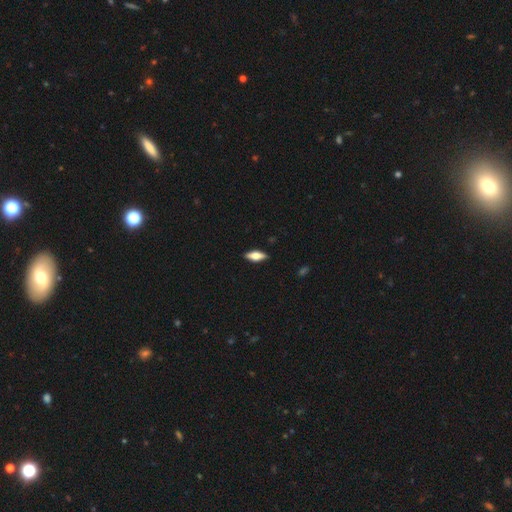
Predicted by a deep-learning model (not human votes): smooth_or_featured: smooth (p=0.55) [alt: featured or disk p=0.39]
how_rounded: in between (p=0.66) [alt: cigar-shaped p=0.31]
merging: none (p=0.88) [alt: minor disturbance p=0.09]